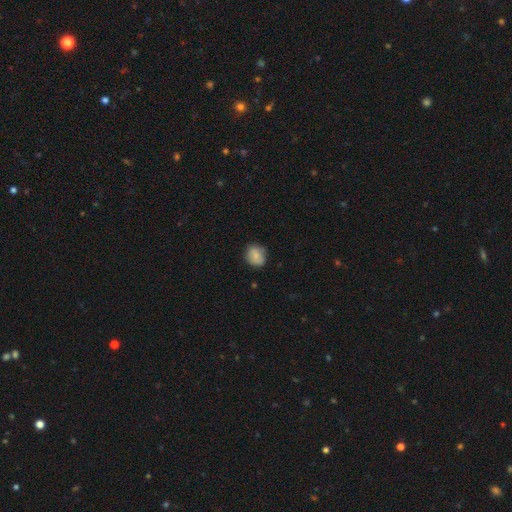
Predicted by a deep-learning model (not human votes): Smooth or featured: smooth — 78% (featured or disk — 14%)
How rounded: round — 68% (in between — 31%)
Merging: none — 75% (minor disturbance — 20%)